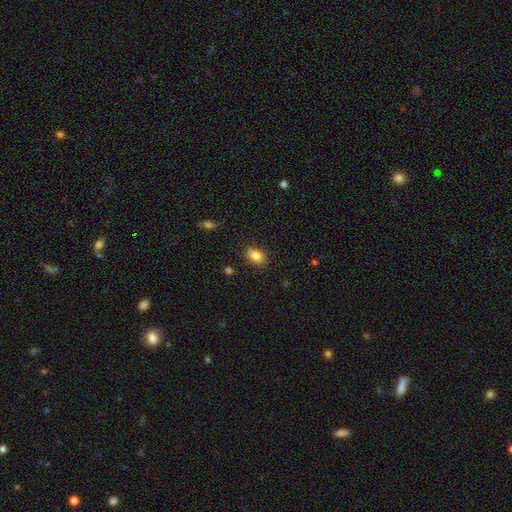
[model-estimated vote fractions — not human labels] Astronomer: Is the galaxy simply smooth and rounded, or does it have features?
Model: smooth — 85%.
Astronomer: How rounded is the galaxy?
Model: in between — 85%.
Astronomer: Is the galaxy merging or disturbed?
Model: none — 86%.